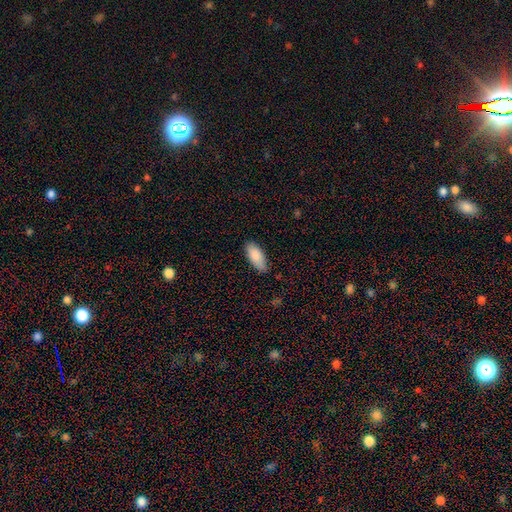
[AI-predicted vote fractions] Q: Smooth or featured?
A: smooth (88%); runner-up: featured or disk (6%)
Q: How rounded?
A: in between (87%); runner-up: cigar-shaped (11%)
Q: Merging?
A: none (81%); runner-up: minor disturbance (16%)